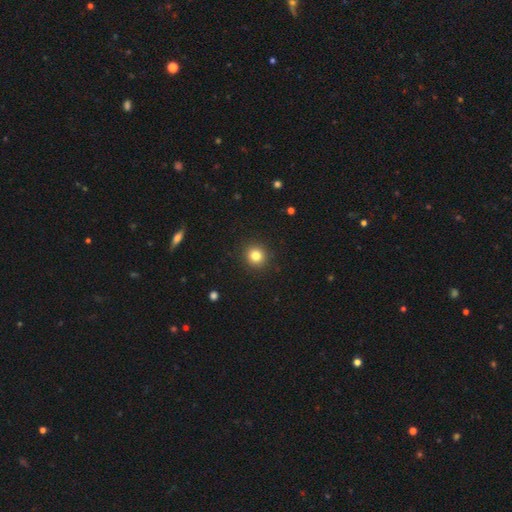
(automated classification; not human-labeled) Morphology: type=smooth (82%); roundness=round (91%); merging=none (92%).